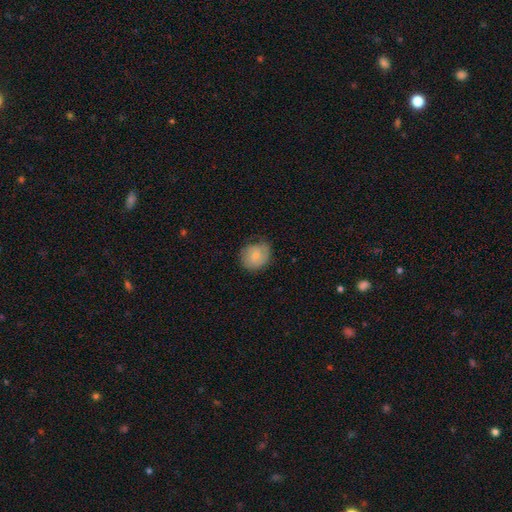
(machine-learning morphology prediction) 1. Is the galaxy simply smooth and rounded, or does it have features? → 63% smooth, 31% featured or disk, 7% star or artifact.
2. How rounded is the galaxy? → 71% round, 28% in between, 1% cigar-shaped.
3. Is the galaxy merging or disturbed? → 67% none, 25% minor disturbance, 7% major disturbance, 1% merger.